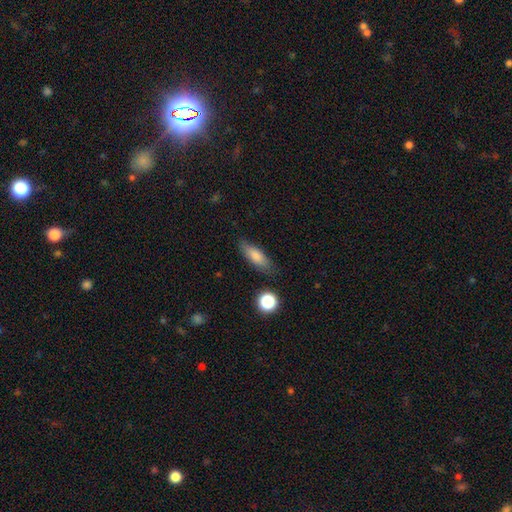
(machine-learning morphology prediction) Q: Smooth or featured?
A: smooth (77%); runner-up: featured or disk (15%)
Q: How rounded?
A: in between (54%); runner-up: cigar-shaped (42%)
Q: Merging?
A: none (82%); runner-up: minor disturbance (13%)